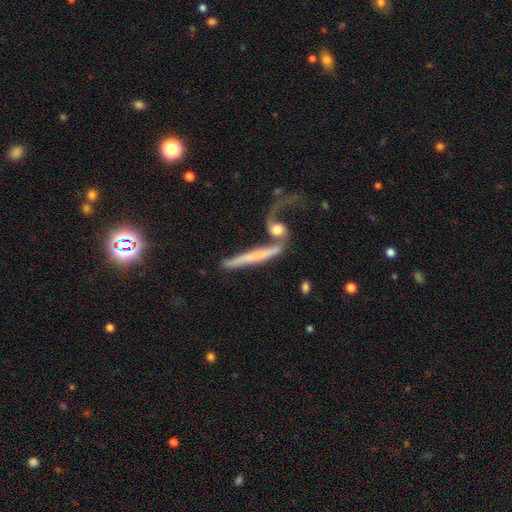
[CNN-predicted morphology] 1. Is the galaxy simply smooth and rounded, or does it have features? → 55% featured or disk, 35% smooth, 10% star or artifact.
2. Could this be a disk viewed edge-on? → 78% yes, 22% no.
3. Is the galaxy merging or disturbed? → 44% none, 29% merger, 14% minor disturbance, 13% major disturbance.